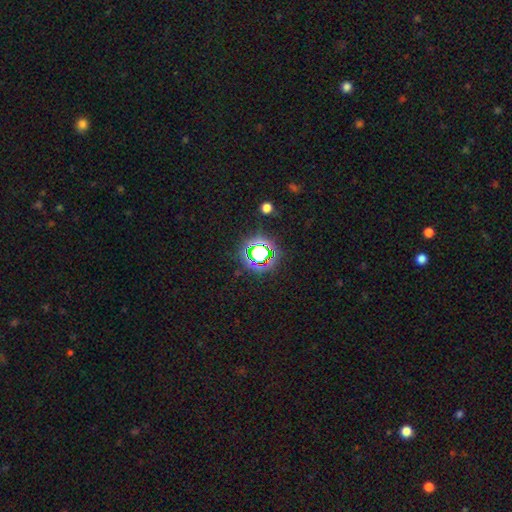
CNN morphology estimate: smooth_or_featured: star or artifact (p=0.60) [alt: smooth p=0.29]